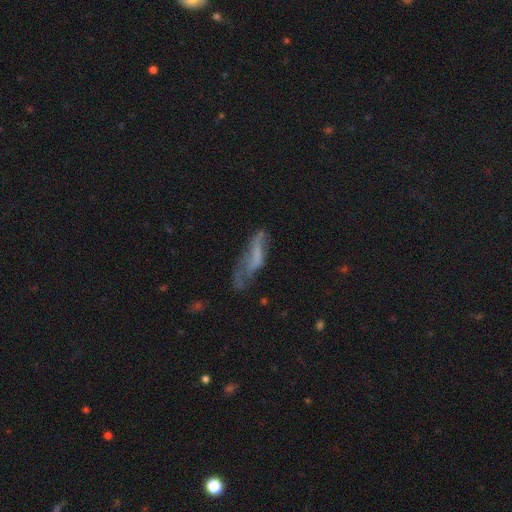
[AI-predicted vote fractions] A featured or disk galaxy (47%). Merging: none (34%).